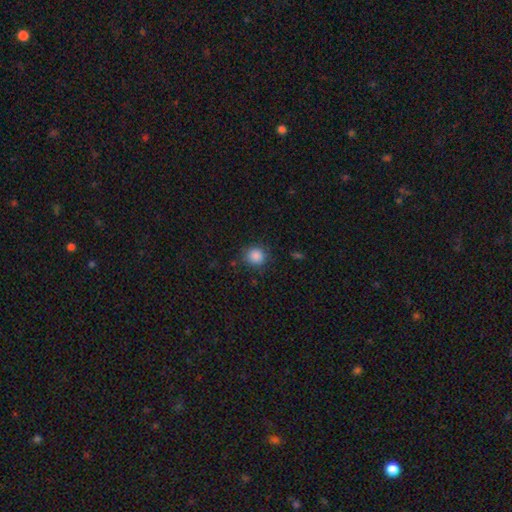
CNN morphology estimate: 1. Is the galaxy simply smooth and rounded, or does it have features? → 87% smooth, 10% star or artifact, 3% featured or disk.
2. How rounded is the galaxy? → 89% round, 10% in between, 1% cigar-shaped.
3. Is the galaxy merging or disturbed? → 84% none, 11% minor disturbance, 4% major disturbance, 2% merger.